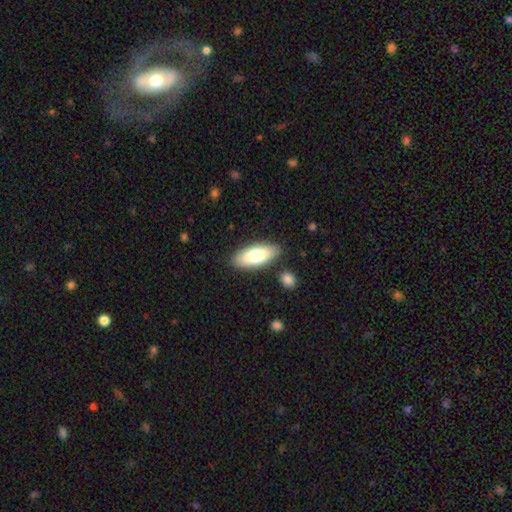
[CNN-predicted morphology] A smooth galaxy with no disk features (76%) that is in between round and cigar-shaped (82%). Merging: none (85%).